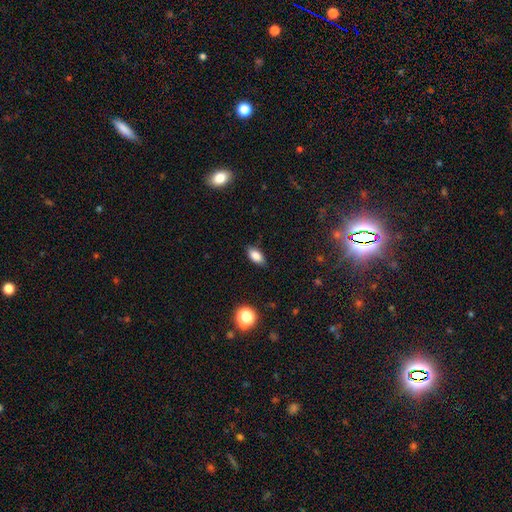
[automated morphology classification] smooth_or_featured: smooth (p=0.84) [alt: star or artifact p=0.10]
how_rounded: in between (p=0.87) [alt: cigar-shaped p=0.07]
merging: none (p=0.85) [alt: minor disturbance p=0.12]